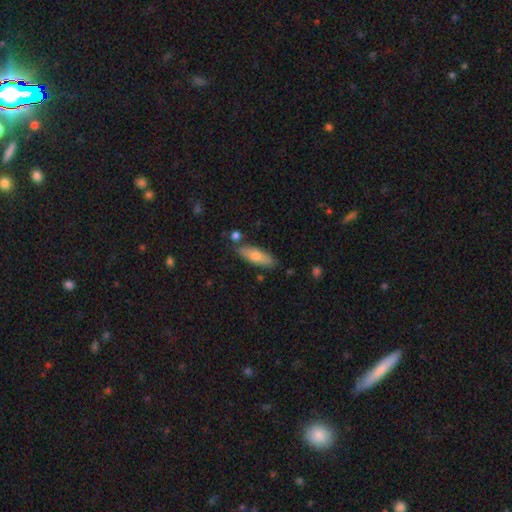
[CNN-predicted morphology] type=smooth (68%); roundness=in between (52%); merging=none (80%).